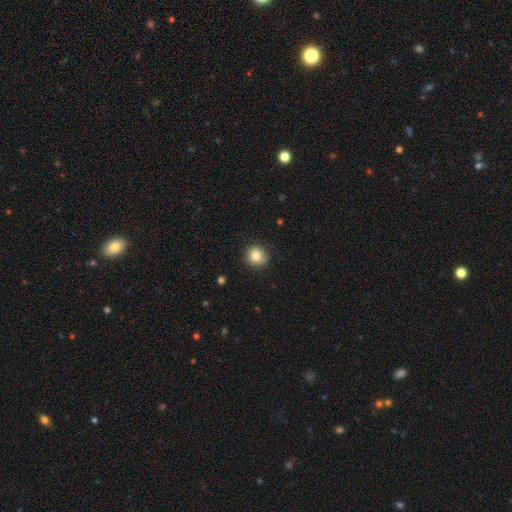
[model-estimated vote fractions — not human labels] This appears to be a smooth galaxy with no disk features (83%) that is round (85%). Merging: none (87%).